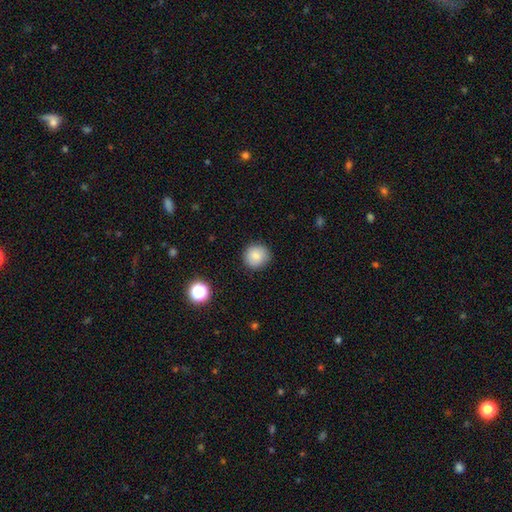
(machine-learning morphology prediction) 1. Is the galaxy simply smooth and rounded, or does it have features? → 83% smooth, 10% star or artifact, 7% featured or disk.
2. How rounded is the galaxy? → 92% round, 7% in between, 1% cigar-shaped.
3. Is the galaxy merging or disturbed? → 88% none, 8% minor disturbance, 2% major disturbance, 1% merger.